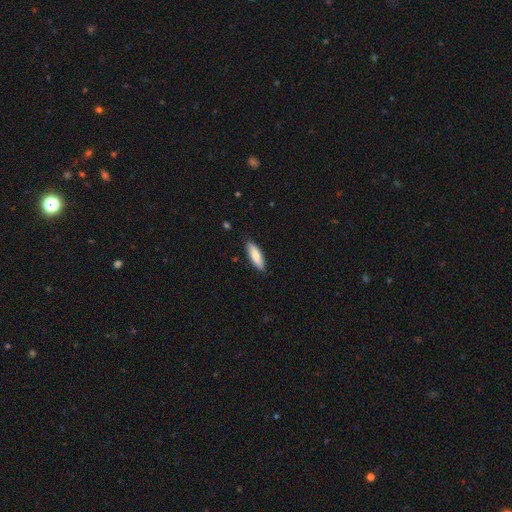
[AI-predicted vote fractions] smooth 82%, featured or disk 12%, star or artifact 5%. Down the decision tree: how rounded — cigar-shaped (51%); merging — none (88%).